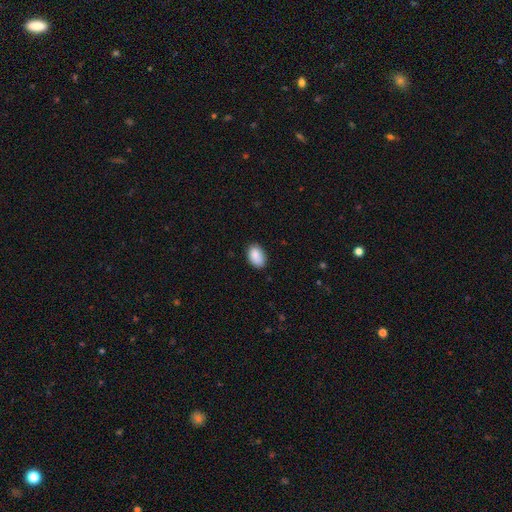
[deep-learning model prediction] Morphology: type=smooth (88%); roundness=in between (89%); merging=none (80%).